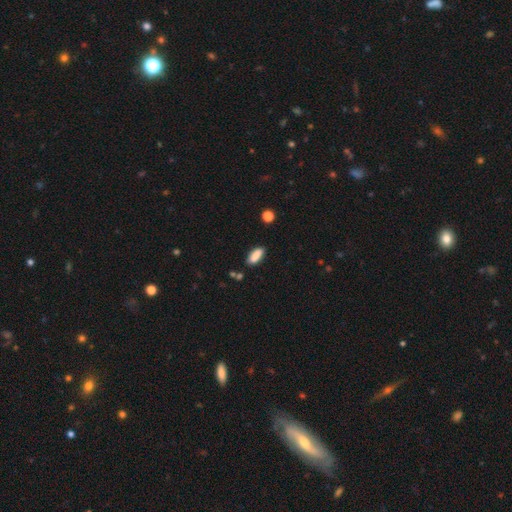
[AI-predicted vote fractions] smooth-or-featured: smooth: 86% | star or artifact: 7% | featured or disk: 7%
  how-rounded: in between: 75% | cigar-shaped: 22% | round: 2%
  merging: none: 81% | minor disturbance: 13% | merger: 4% | major disturbance: 3%